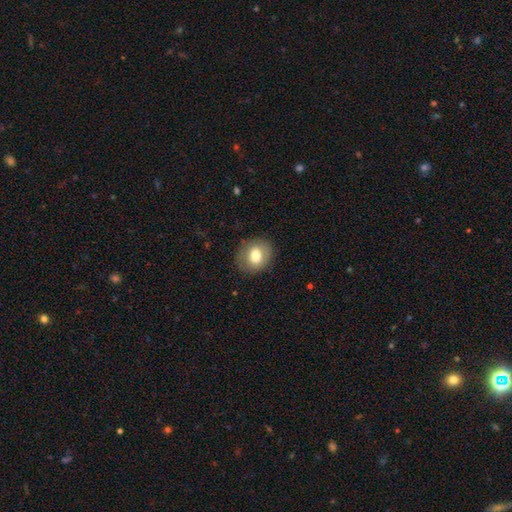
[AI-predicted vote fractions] A smooth galaxy with no disk features (74%) that is round (61%). Merging: none (83%).